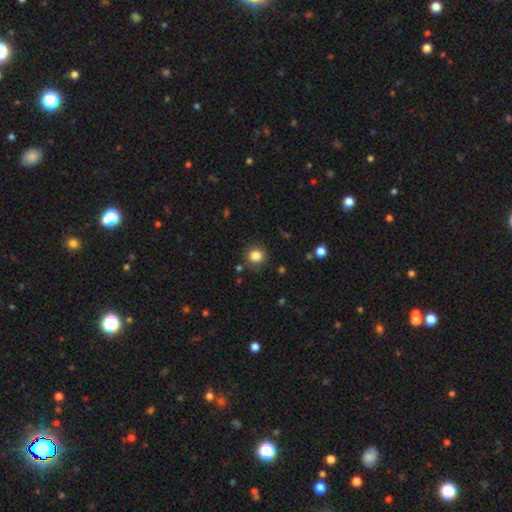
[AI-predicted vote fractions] A smooth galaxy with no disk features (85%) that is round (89%).

Vote fractions:
- Smooth or featured? smooth: 85% / star or artifact: 11% / featured or disk: 4%
- How rounded? round: 89% / in between: 11% / cigar-shaped: 1%
- Merging? none: 86% / minor disturbance: 9% / major disturbance: 3% / merger: 2%